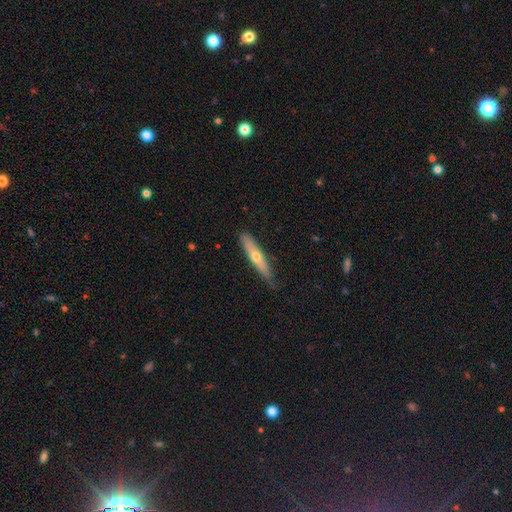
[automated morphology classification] Q: Smooth or featured?
A: featured or disk (47%); tied with: smooth (47%)
Q: Merging?
A: none (78%); runner-up: minor disturbance (18%)